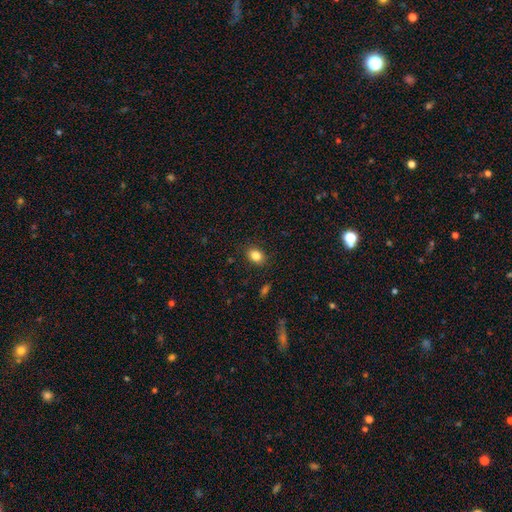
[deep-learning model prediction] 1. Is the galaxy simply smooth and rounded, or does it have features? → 84% smooth, 10% star or artifact, 6% featured or disk.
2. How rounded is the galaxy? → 62% in between, 37% round, 1% cigar-shaped.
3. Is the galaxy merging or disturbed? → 87% none, 9% minor disturbance, 3% major disturbance, 1% merger.